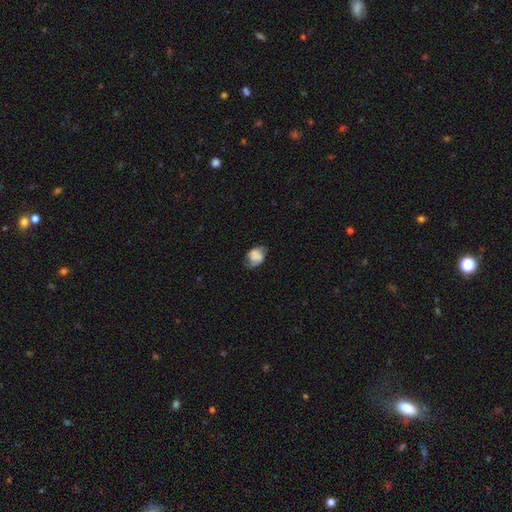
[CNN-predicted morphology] A smooth galaxy with no disk features (52%) that is in between round and cigar-shaped (69%).

Vote fractions:
- Smooth or featured? smooth: 52% / featured or disk: 38% / star or artifact: 10%
- How rounded? in between: 69% / round: 30% / cigar-shaped: 1%
- Merging? none: 54% / minor disturbance: 29% / major disturbance: 14% / merger: 2%